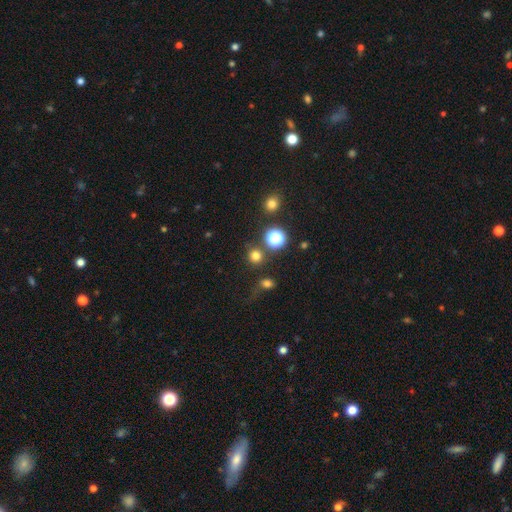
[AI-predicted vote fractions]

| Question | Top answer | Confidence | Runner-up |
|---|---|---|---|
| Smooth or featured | smooth | 73% | star or artifact (21%) |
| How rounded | round | 90% | in between (9%) |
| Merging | none | 78% | minor disturbance (9%) |